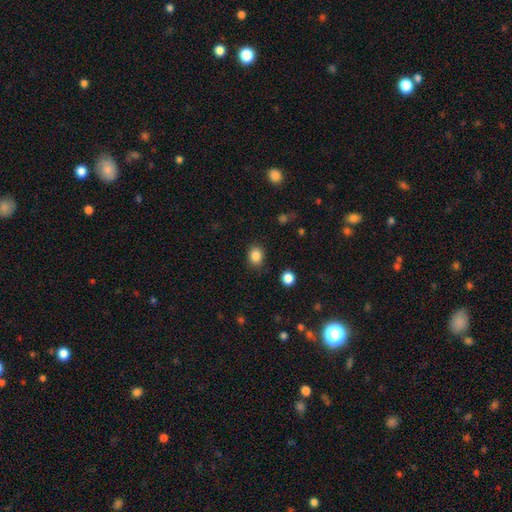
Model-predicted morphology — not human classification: Smooth or featured?
  - smooth: 86% *
  - star or artifact: 10%
  - featured or disk: 4%
How rounded?
  - round: 53% *
  - in between: 46%
  - cigar-shaped: 1%
Merging?
  - none: 86% *
  - minor disturbance: 9%
  - major disturbance: 3%
  - merger: 2%